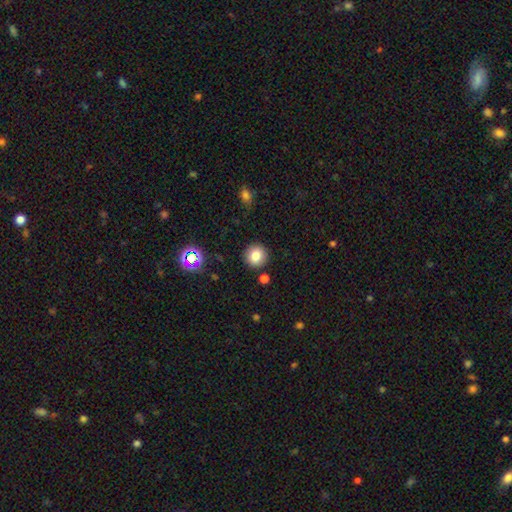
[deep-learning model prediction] smooth 80%, star or artifact 12%, featured or disk 8%. Down the decision tree: how rounded — round (92%); merging — none (89%).